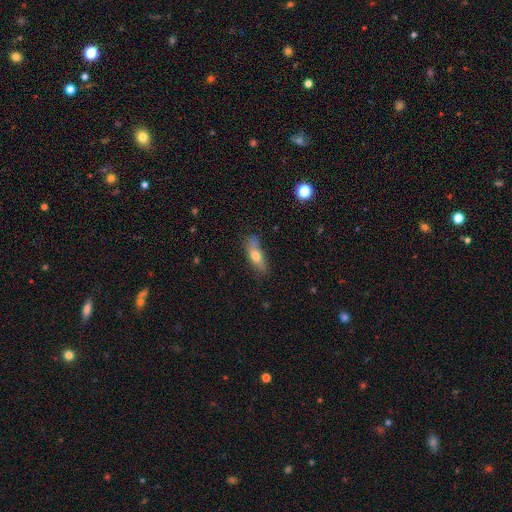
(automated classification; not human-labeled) Q: Smooth or featured?
A: smooth (64%); runner-up: featured or disk (28%)
Q: How rounded?
A: in between (54%); runner-up: cigar-shaped (42%)
Q: Merging?
A: none (65%); runner-up: minor disturbance (25%)